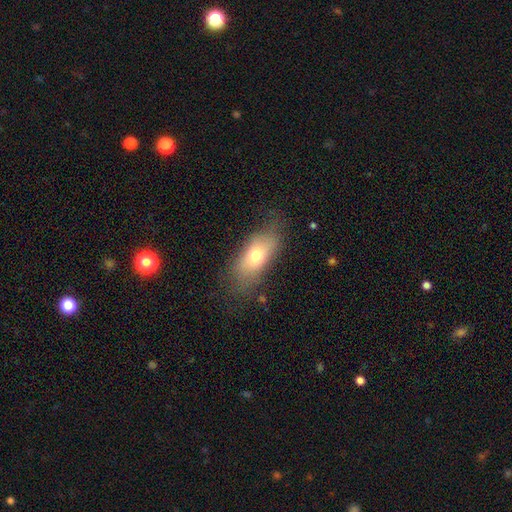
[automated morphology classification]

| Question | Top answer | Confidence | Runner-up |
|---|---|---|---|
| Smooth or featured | smooth | 70% | featured or disk (21%) |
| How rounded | in between | 84% | cigar-shaped (10%) |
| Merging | none | 65% | minor disturbance (21%) |